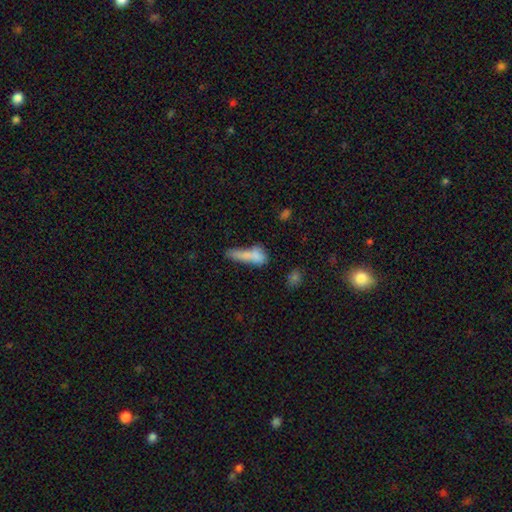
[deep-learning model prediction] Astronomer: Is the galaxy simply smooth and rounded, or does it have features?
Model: smooth — 71%.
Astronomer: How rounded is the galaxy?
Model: cigar-shaped — 47% (runner-up: in between, 44%).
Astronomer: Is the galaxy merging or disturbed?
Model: merger — 45% (runner-up: none, 26%).